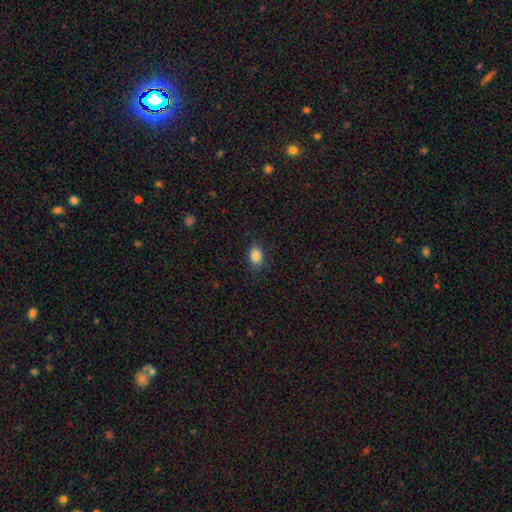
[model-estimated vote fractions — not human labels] Smooth or featured?
  - smooth: 87% *
  - star or artifact: 9%
  - featured or disk: 4%
How rounded?
  - in between: 80% *
  - round: 19%
  - cigar-shaped: 2%
Merging?
  - none: 80% *
  - minor disturbance: 15%
  - major disturbance: 4%
  - merger: 1%